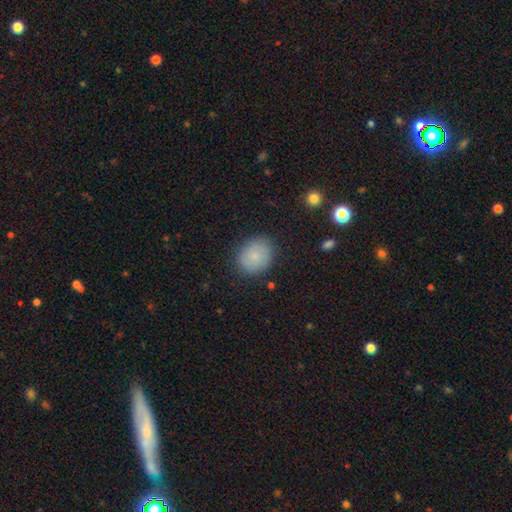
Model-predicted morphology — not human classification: Smooth or featured?
  - smooth: 81% *
  - featured or disk: 11%
  - star or artifact: 8%
How rounded?
  - round: 54% *
  - in between: 45%
  - cigar-shaped: 1%
Merging?
  - none: 82% *
  - minor disturbance: 13%
  - major disturbance: 4%
  - merger: 1%